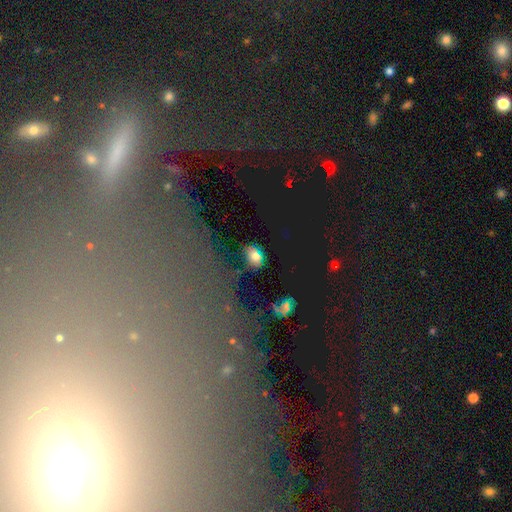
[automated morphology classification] This is possibly a smooth galaxy (51%). How rounded: likely in between (71%). Merging: likely none (71%).